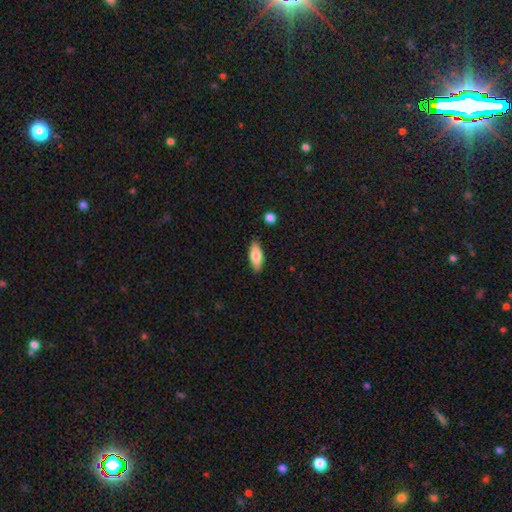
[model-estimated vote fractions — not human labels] Overall: smooth (78%). How rounded: in between (76%). Merging: none (87%).